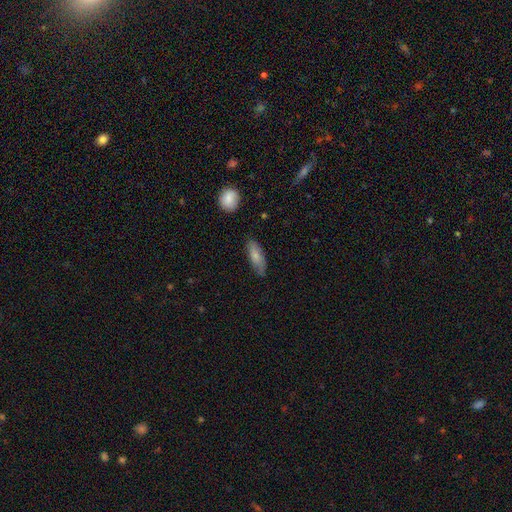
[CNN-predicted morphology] A smooth galaxy with no disk features (78%) that is in between round and cigar-shaped (61%).

Vote fractions:
- Smooth or featured? smooth: 78% / featured or disk: 16% / star or artifact: 6%
- How rounded? in between: 61% / cigar-shaped: 37% / round: 2%
- Merging? none: 78% / minor disturbance: 17% / major disturbance: 3% / merger: 2%